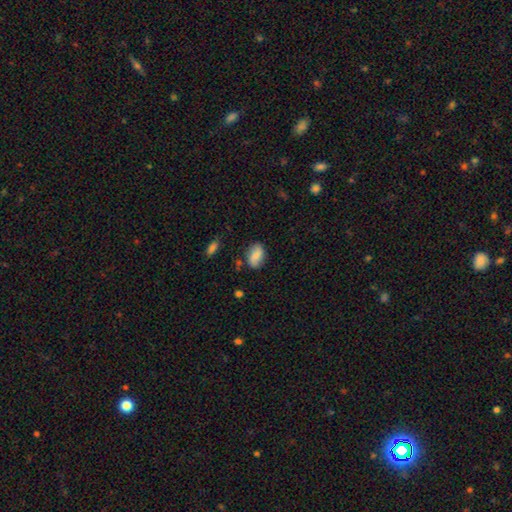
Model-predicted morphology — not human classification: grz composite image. It shows a smooth galaxy with no disk features (71%) that is in between round and cigar-shaped (88%). Merging: none (78%).